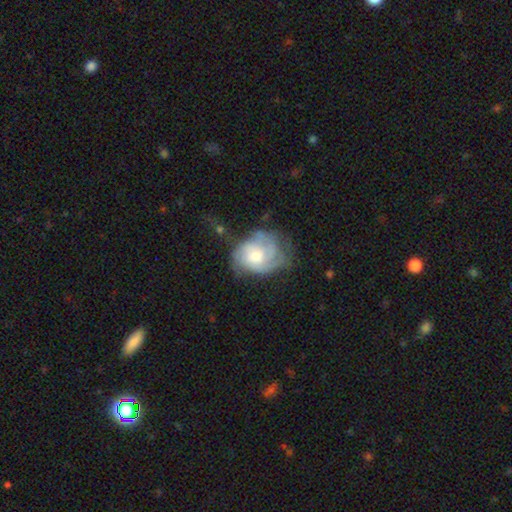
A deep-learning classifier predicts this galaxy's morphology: The model was most divided on "merging": none: 45%, minor disturbance: 29%, major disturbance: 22%, merger: 3%. More confident: edge-on disk — no (97%); spiral arms — yes (78%); bar — no (78%); smooth or featured — featured or disk (61%); bulge size — moderate (60%).